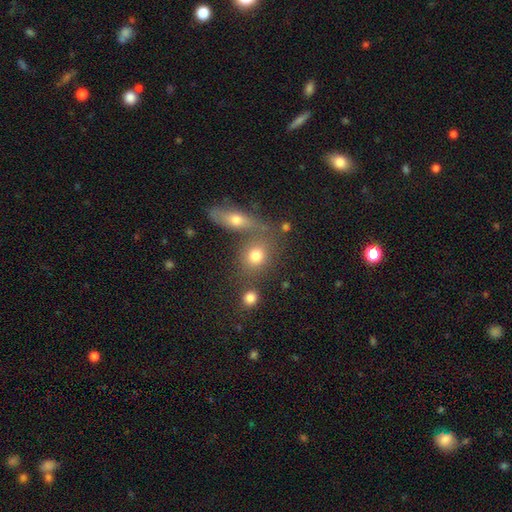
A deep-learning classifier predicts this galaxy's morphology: type=smooth (76%); roundness=round (66%); merging=none (56%).